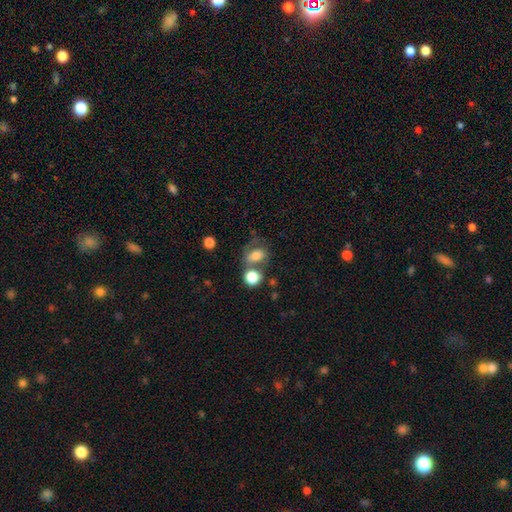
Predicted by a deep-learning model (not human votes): smooth_or_featured: smooth (p=0.69) [alt: featured or disk p=0.19]
how_rounded: in between (p=0.65) [alt: round p=0.33]
merging: none (p=0.40) [alt: merger p=0.29]